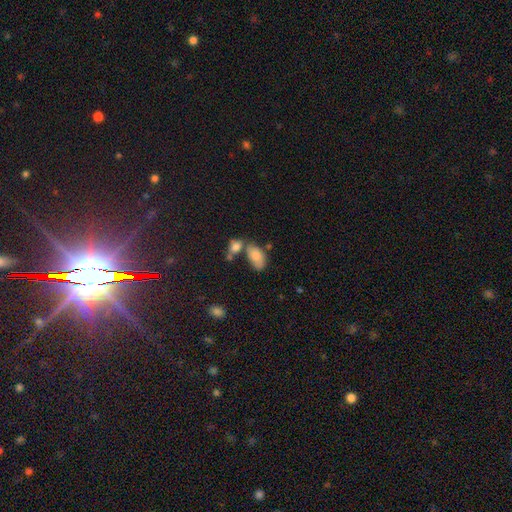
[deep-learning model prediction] Q: Smooth or featured?
A: smooth (80%); runner-up: featured or disk (11%)
Q: How rounded?
A: in between (93%); runner-up: round (5%)
Q: Merging?
A: none (38%); runner-up: merger (33%)